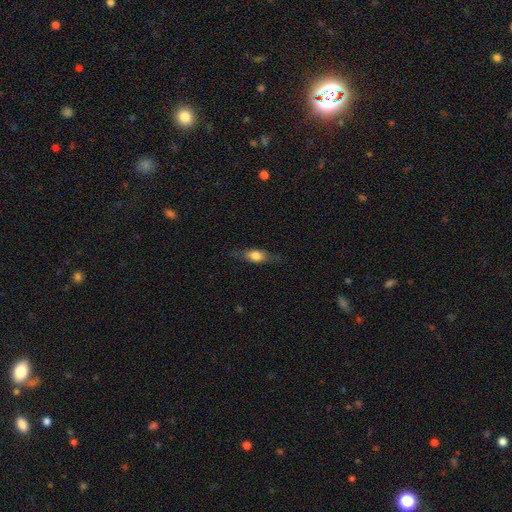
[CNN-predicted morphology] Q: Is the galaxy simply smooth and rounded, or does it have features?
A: smooth — 65%.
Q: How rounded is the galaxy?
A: in between — 67%.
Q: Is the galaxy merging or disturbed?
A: none — 74%.